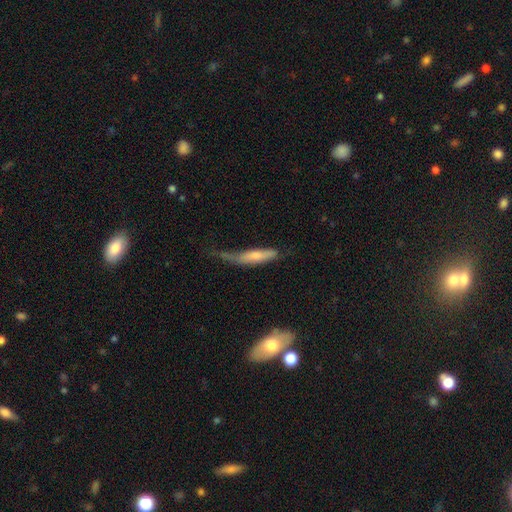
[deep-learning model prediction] smooth 62%, featured or disk 32%, star or artifact 6%. Down the decision tree: how rounded — cigar-shaped (79%); merging — none (34%, tied with minor disturbance).